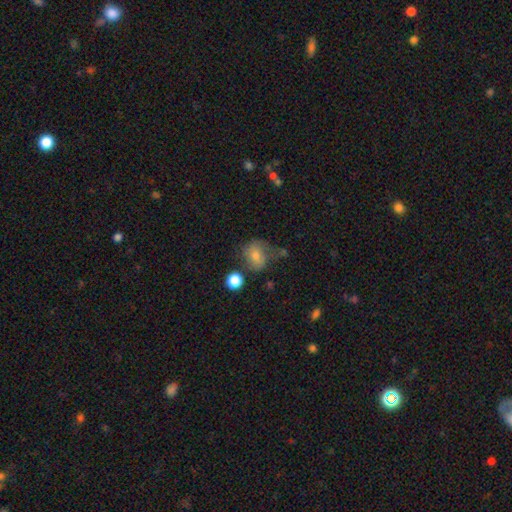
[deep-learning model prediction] Q: Smooth or featured?
A: smooth (58%); runner-up: featured or disk (28%)
Q: How rounded?
A: round (60%); runner-up: in between (38%)
Q: Merging?
A: none (55%); runner-up: minor disturbance (24%)